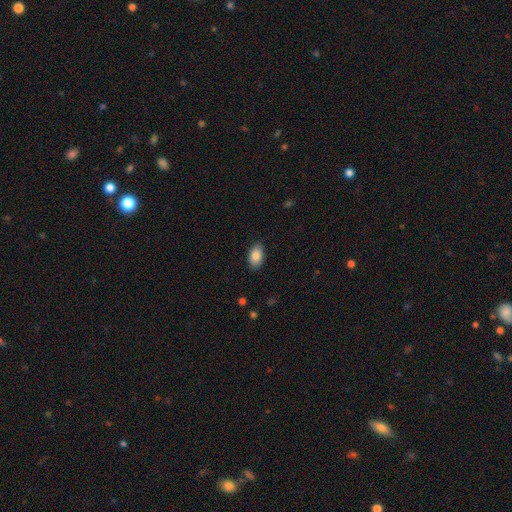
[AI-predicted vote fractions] Overall: smooth (86%). How rounded: in between (92%). Merging: none (86%).